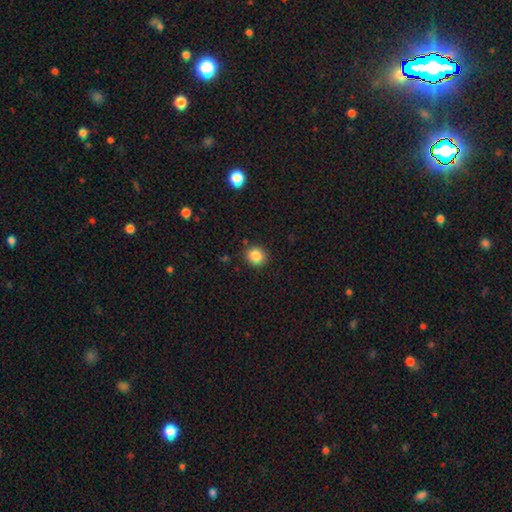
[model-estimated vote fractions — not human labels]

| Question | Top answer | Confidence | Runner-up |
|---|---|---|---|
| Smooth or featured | smooth | 85% | star or artifact (10%) |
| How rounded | round | 83% | in between (16%) |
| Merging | none | 87% | minor disturbance (9%) |